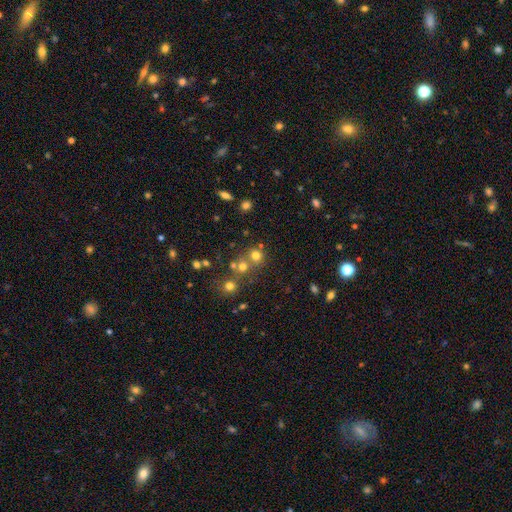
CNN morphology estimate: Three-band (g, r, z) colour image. It shows a smooth galaxy with no disk features (68%) that is round (87%). Merging: none (58%).